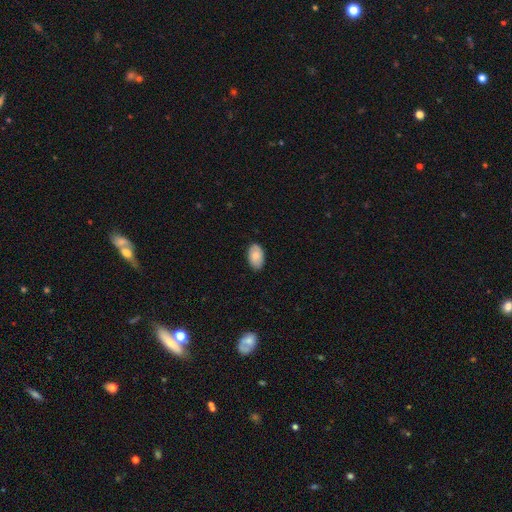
This appears to be a smooth galaxy with no disk features (85%) that is in between round and cigar-shaped (97%). Merging: none (83%).